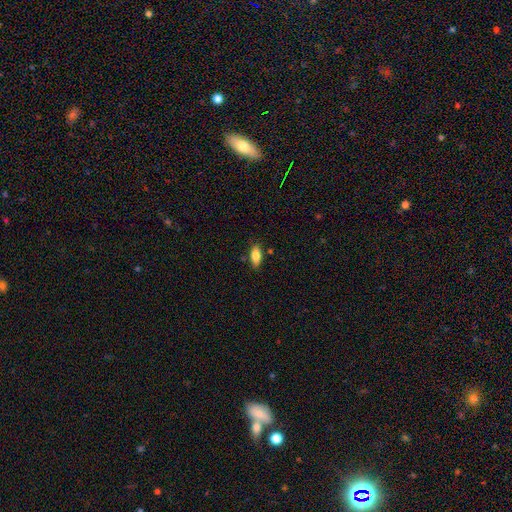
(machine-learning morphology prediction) The model was most divided on "merging": none: 82%, minor disturbance: 13%, major disturbance: 2%, merger: 2%. More confident: how rounded — in between (85%); smooth or featured — smooth (83%).